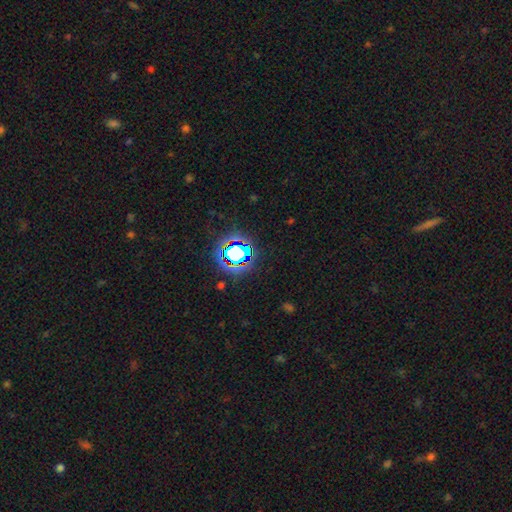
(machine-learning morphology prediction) The model was most divided on "smooth or featured": star or artifact: 79%, smooth: 13%, featured or disk: 8%.